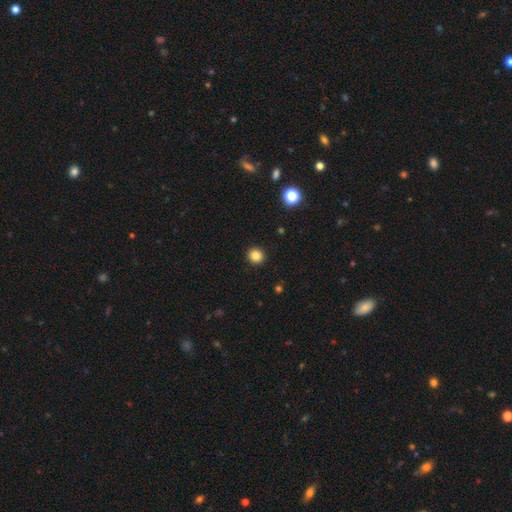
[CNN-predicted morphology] Smooth or featured? smooth (85%)
How rounded? round (88%)
Merging? none (92%)